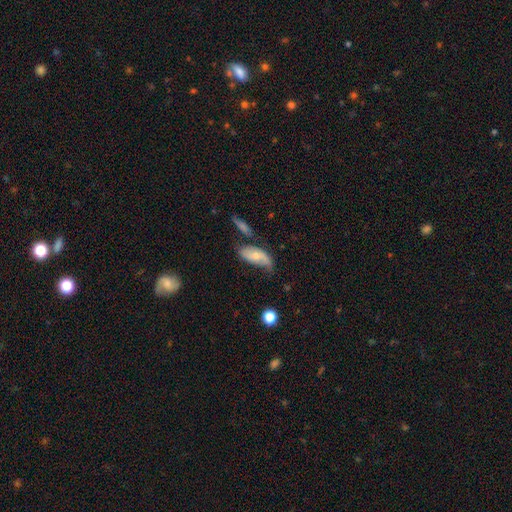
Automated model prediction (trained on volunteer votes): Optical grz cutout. It shows a featured or disk galaxy (47%). Merging: none (39%).